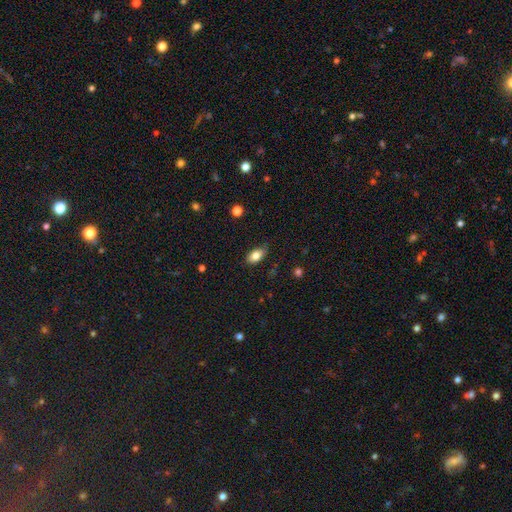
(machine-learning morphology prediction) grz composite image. It shows a smooth galaxy with no disk features (81%) that is in between round and cigar-shaped (90%). Merging: none (76%).